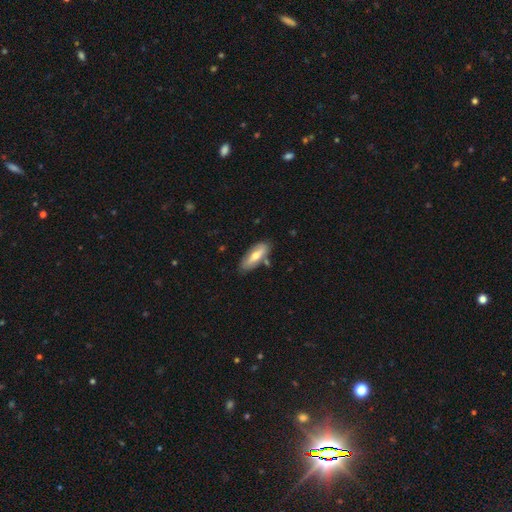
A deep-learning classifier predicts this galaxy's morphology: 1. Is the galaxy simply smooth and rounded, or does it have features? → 61% smooth, 33% featured or disk, 6% star or artifact.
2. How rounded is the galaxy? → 66% in between, 32% cigar-shaped, 2% round.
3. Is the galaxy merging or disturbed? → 76% none, 15% minor disturbance, 6% merger, 3% major disturbance.